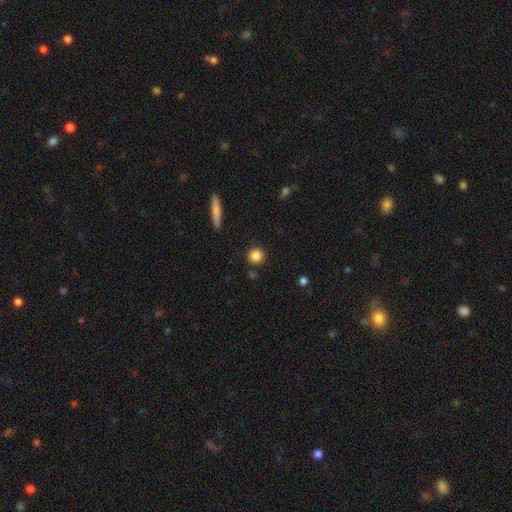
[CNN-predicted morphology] Smooth or featured? smooth (85%)
How rounded? round (92%)
Merging? none (88%)